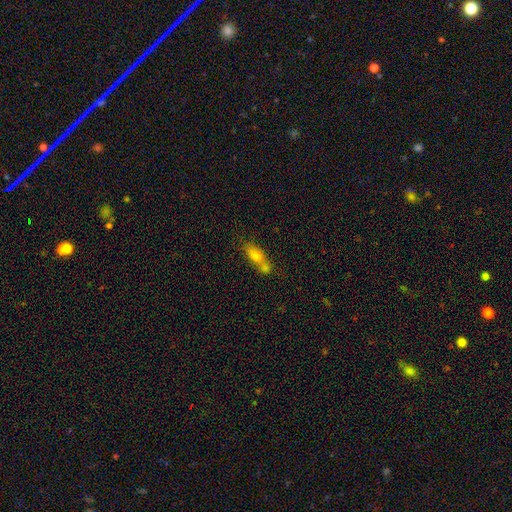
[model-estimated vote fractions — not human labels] Smooth or featured: smooth — 70% (featured or disk — 21%)
How rounded: in between — 67% (cigar-shaped — 26%)
Merging: merger — 51% (none — 33%)